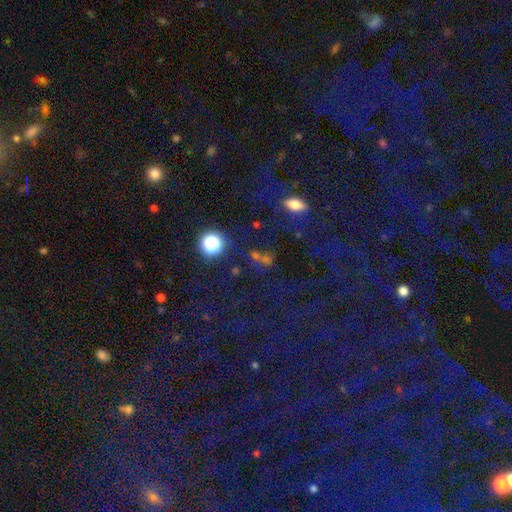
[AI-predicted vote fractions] Q: Smooth or featured?
A: star or artifact (47%); runner-up: smooth (44%)